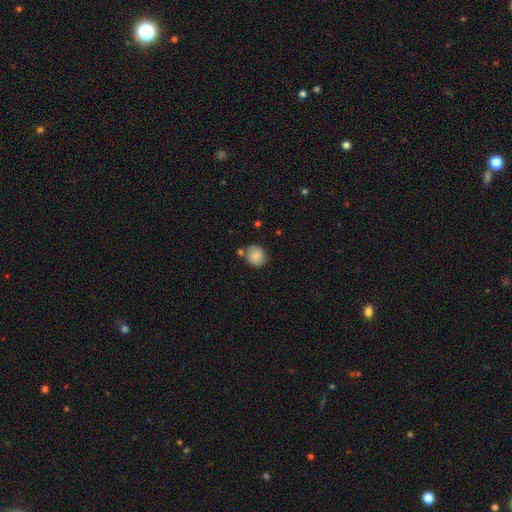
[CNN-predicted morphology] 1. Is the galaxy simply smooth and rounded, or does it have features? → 84% smooth, 8% featured or disk, 8% star or artifact.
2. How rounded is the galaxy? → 75% round, 24% in between, 1% cigar-shaped.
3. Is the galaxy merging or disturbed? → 70% none, 16% minor disturbance, 10% merger, 4% major disturbance.